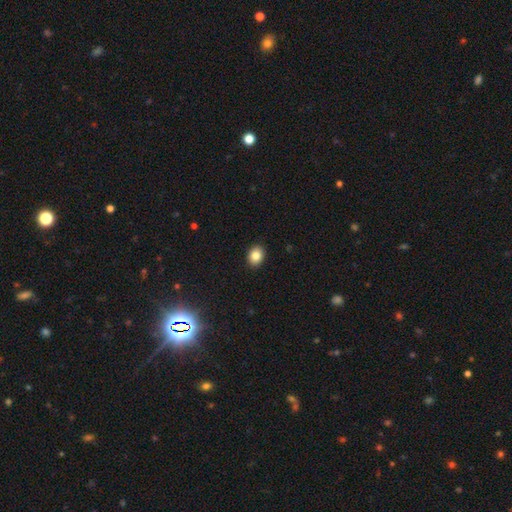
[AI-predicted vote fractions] Smooth or featured? Predicted: smooth (p=0.85). How rounded? Predicted: in between (p=0.57). Merging? Predicted: none (p=0.92).